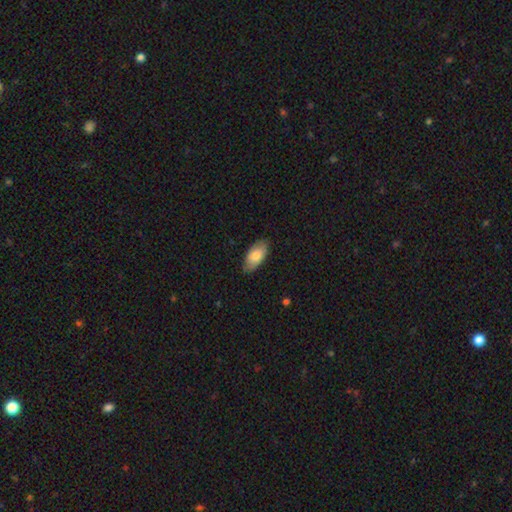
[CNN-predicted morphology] This is clearly a smooth galaxy (81%). How rounded: clearly in between (92%). Merging: clearly none (82%).